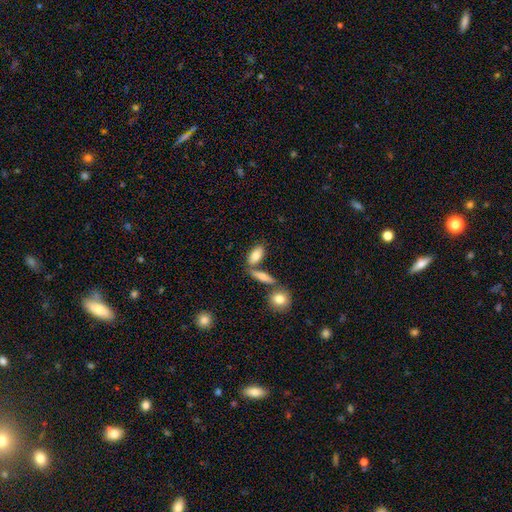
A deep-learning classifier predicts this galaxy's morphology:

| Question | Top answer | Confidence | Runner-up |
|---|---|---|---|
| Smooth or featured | smooth | 79% | featured or disk (15%) |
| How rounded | in between | 84% | cigar-shaped (12%) |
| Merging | none | 60% | merger (26%) |